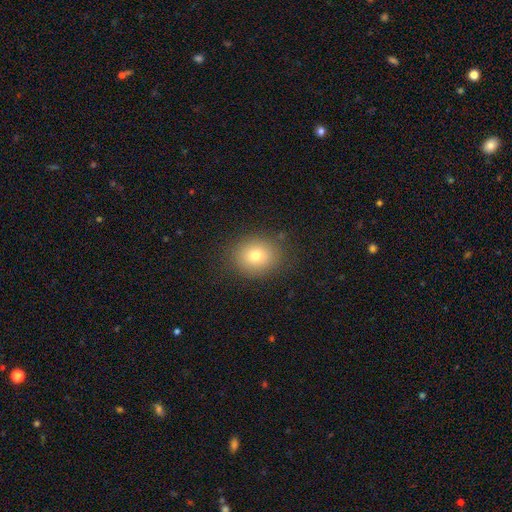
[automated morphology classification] Overall: smooth (75%). How rounded: round (67%; in between 32%). Merging: none (86%).